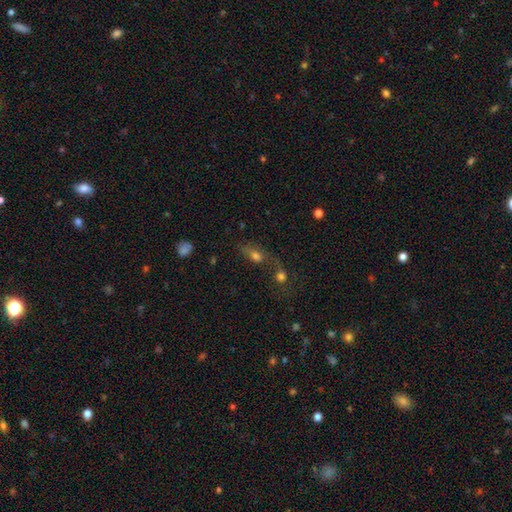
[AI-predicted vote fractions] This appears to be a smooth galaxy with no disk features (59%) that is in between round and cigar-shaped (67%). Merging: merger (49%).